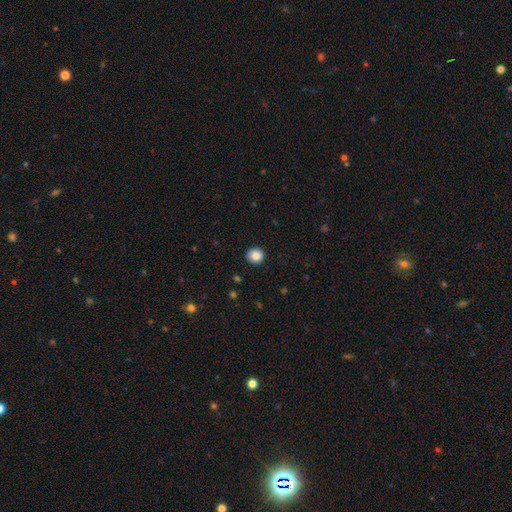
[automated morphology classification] Overall: smooth (87%). How rounded: round (88%). Merging: none (91%).